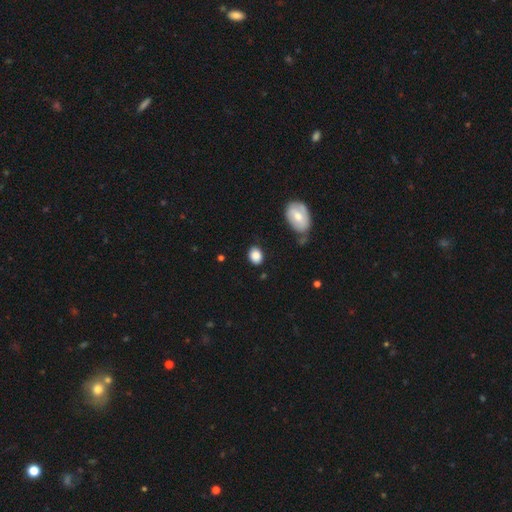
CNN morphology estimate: smooth-or-featured: smooth: 87% | star or artifact: 7% | featured or disk: 6%
  how-rounded: in between: 59% | round: 40% | cigar-shaped: 1%
  merging: none: 78% | minor disturbance: 15% | major disturbance: 4% | merger: 2%